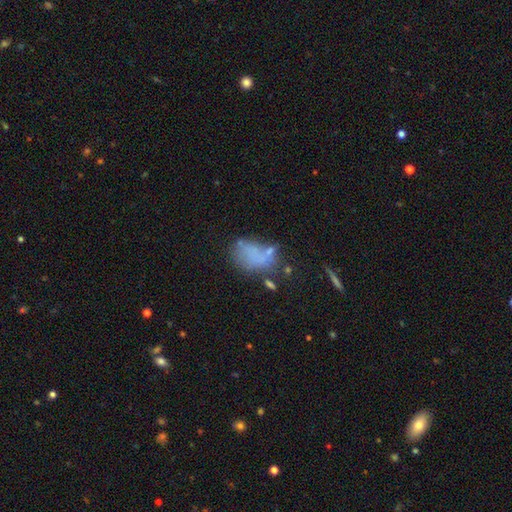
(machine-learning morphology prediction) This appears to be a smooth galaxy with no disk features (55%) that is in between round and cigar-shaped (81%). Merging: none (38%).